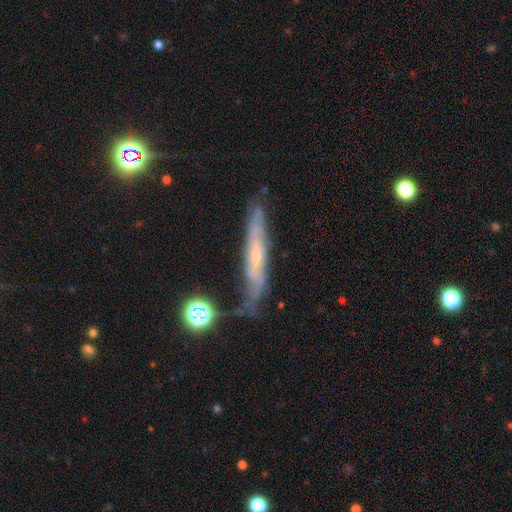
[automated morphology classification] A featured or disk galaxy (62%) viewed edge-on (65%).

Vote fractions:
- Smooth or featured? featured or disk: 62% / smooth: 30% / star or artifact: 8%
- Edge-on disk? yes: 65% / no: 35%
- Merging? none: 61% / minor disturbance: 25% / major disturbance: 9% / merger: 4%